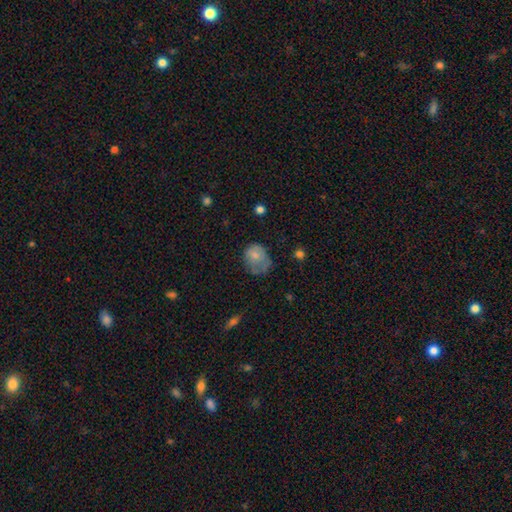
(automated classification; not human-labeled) A smooth galaxy with no disk features (70%) that is round (55%).

Vote fractions:
- Smooth or featured? smooth: 70% / featured or disk: 21% / star or artifact: 9%
- How rounded? round: 55% / in between: 44% / cigar-shaped: 1%
- Merging? none: 36% / minor disturbance: 34% / major disturbance: 27% / merger: 2%